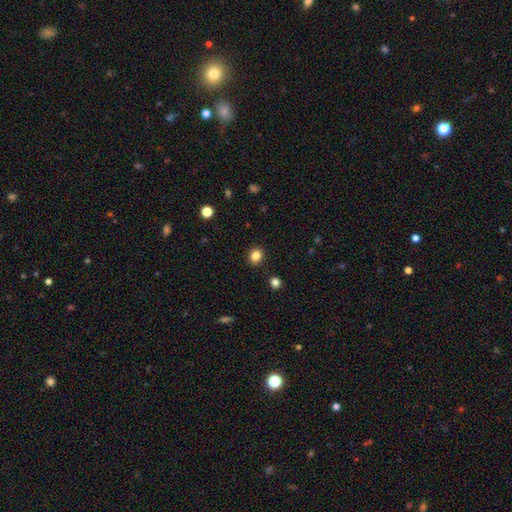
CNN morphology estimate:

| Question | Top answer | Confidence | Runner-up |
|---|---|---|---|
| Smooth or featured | smooth | 84% | star or artifact (12%) |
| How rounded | round | 73% | in between (26%) |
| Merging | none | 90% | minor disturbance (7%) |